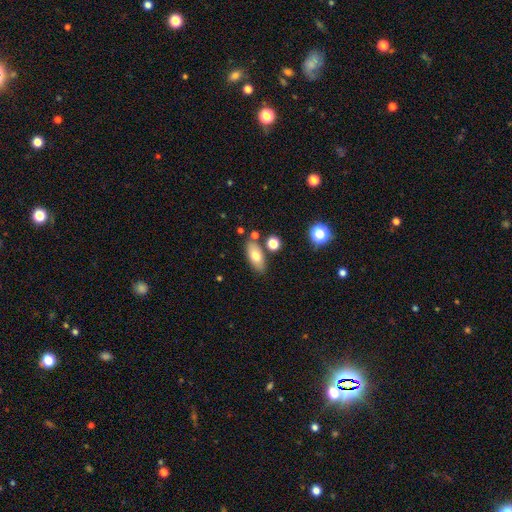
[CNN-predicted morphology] Smooth or featured: smooth — 70% (featured or disk — 21%)
How rounded: in between — 83% (cigar-shaped — 12%)
Merging: none — 77% (minor disturbance — 12%)